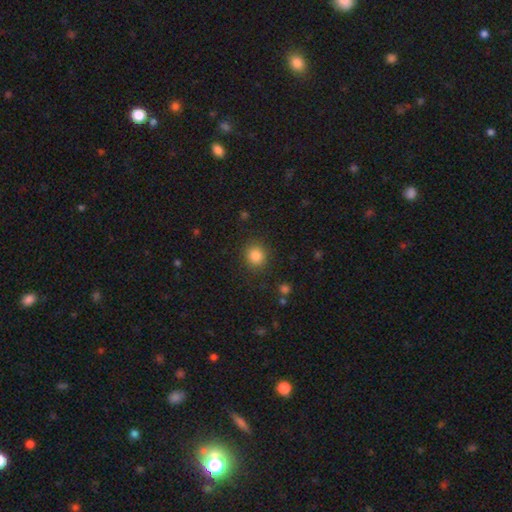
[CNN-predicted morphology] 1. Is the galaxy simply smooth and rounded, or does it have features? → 85% smooth, 11% star or artifact, 4% featured or disk.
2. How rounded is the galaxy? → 85% round, 14% in between, 1% cigar-shaped.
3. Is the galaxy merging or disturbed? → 88% none, 8% minor disturbance, 3% major disturbance, 1% merger.